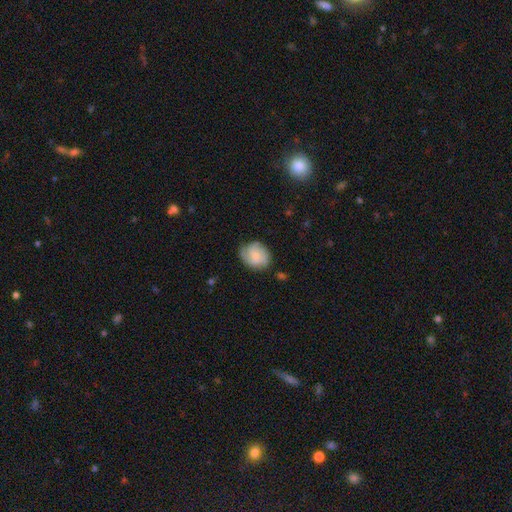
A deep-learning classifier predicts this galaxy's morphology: Smooth or featured? Predicted: featured or disk (p=0.55). Edge-on disk? Predicted: no (p=0.98). Bar? Predicted: no (p=0.71). Spiral arms? Predicted: yes (p=0.92). Bulge size? Predicted: small (p=0.52). Merging? Predicted: none (p=0.71).